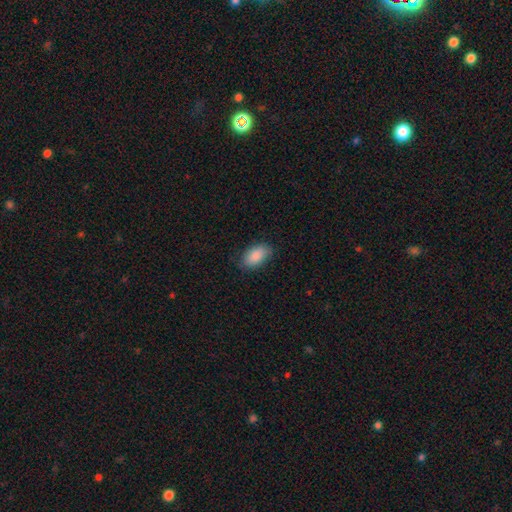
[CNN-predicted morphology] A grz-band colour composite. It shows a smooth galaxy with no disk features (89%) that is in between round and cigar-shaped (94%). Merging: none (83%).